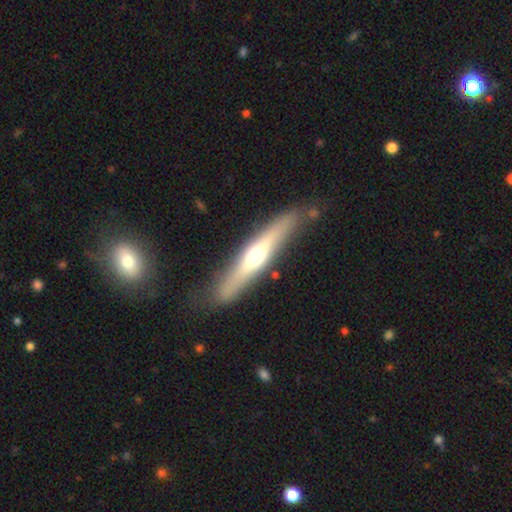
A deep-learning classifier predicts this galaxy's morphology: featured or disk 58%, smooth 37%, star or artifact 5%. Down the decision tree: edge-on disk — yes (91%); edge-on bulge — rounded (86%); merging — none (83%).